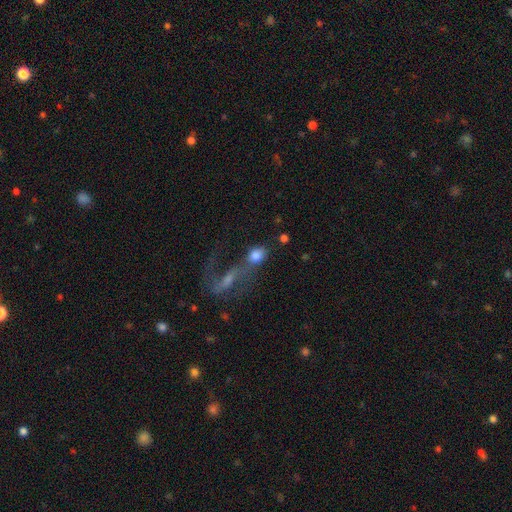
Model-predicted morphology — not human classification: smooth 71%, featured or disk 18%, star or artifact 11%. Down the decision tree: how rounded — in between (59%); merging — merger (43%).